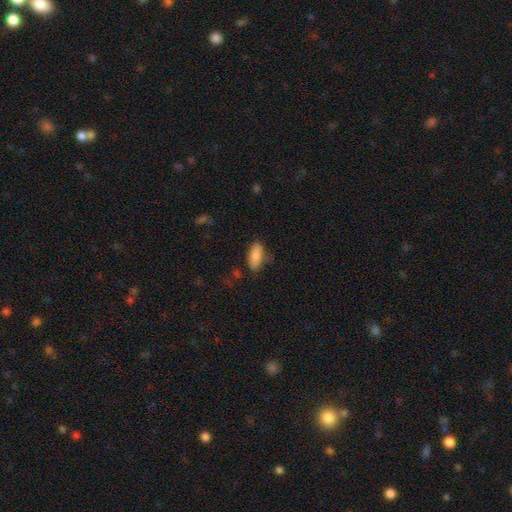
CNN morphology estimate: The model was most divided on "merging": none: 75%, minor disturbance: 18%, major disturbance: 5%, merger: 3%. More confident: smooth or featured — smooth (86%); how rounded — in between (83%).